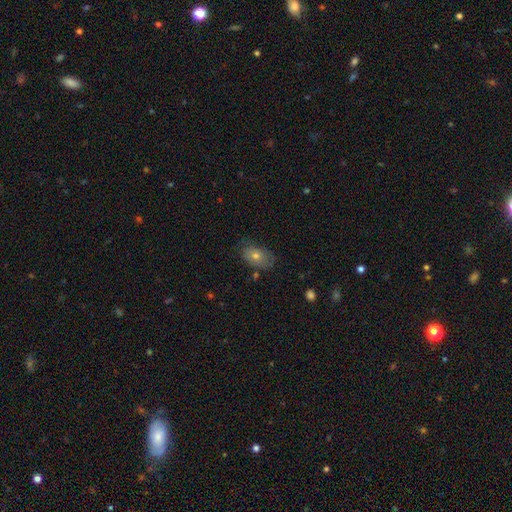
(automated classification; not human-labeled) Overall: smooth (64%; featured or disk 24%). How rounded: in between (84%). Merging: none (74%).